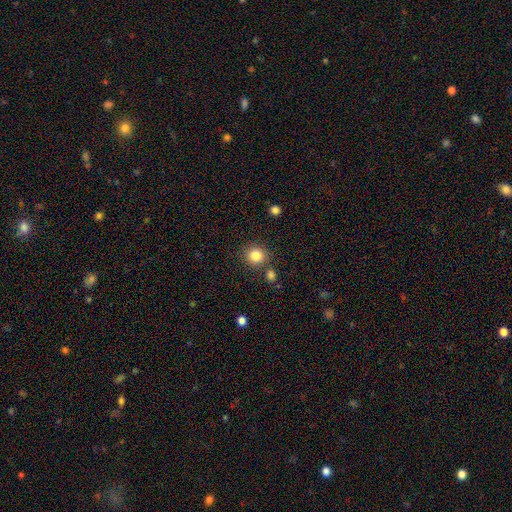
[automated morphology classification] Smooth or featured?
  - smooth: 84% *
  - star or artifact: 11%
  - featured or disk: 6%
How rounded?
  - round: 89% *
  - in between: 10%
  - cigar-shaped: 1%
Merging?
  - none: 82% *
  - minor disturbance: 8%
  - merger: 7%
  - major disturbance: 3%